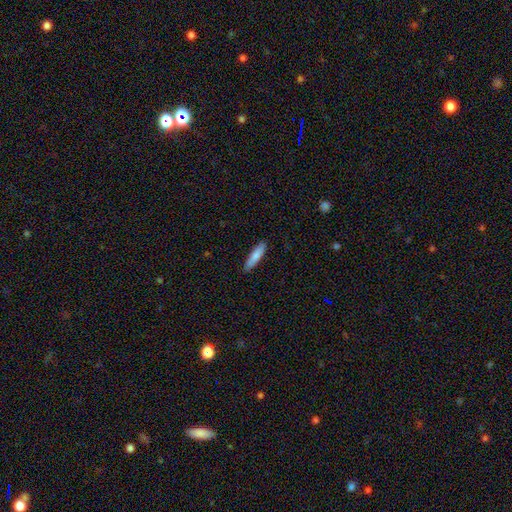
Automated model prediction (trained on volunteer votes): Overall: smooth (80%). How rounded: cigar-shaped (77%). Merging: none (88%).